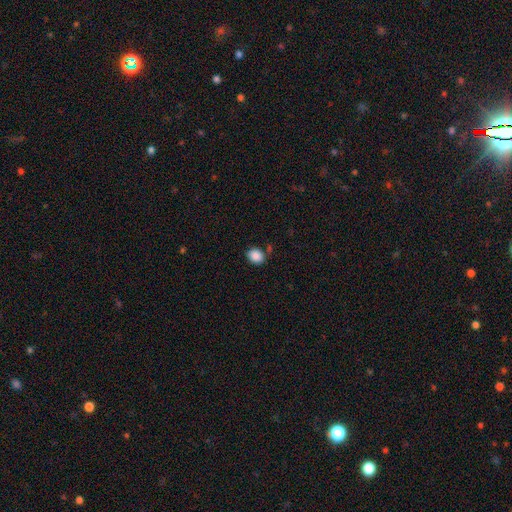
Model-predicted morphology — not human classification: This appears to be a smooth galaxy with no disk features (88%) that is round (56%). Merging: none (78%).